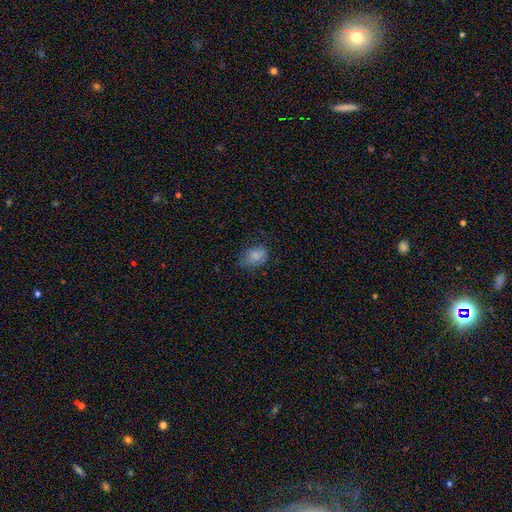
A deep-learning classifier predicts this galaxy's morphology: smooth_or_featured: smooth (p=0.81) [alt: featured or disk p=0.10]
how_rounded: in between (p=0.73) [alt: round p=0.26]
merging: none (p=0.58) [alt: minor disturbance p=0.31]